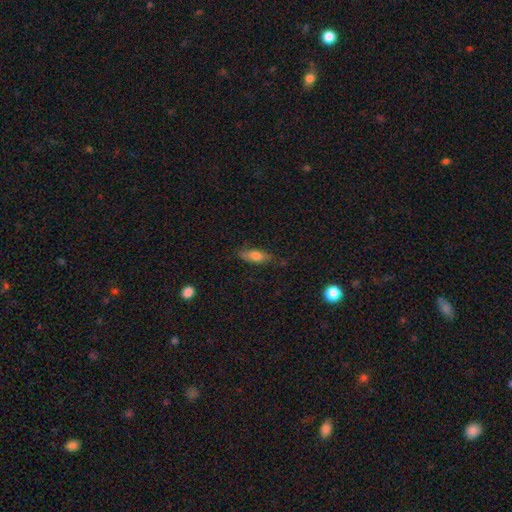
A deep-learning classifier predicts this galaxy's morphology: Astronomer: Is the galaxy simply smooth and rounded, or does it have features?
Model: smooth — 69%.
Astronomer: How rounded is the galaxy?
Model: in between — 66%.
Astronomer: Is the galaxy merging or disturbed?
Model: none — 71%.